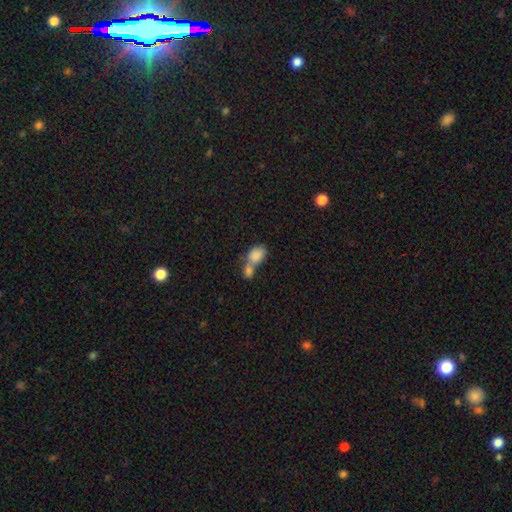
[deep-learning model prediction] A smooth galaxy with no disk features (83%) that is in between round and cigar-shaped (77%).

Vote fractions:
- Smooth or featured? smooth: 83% / featured or disk: 9% / star or artifact: 8%
- How rounded? in between: 77% / round: 21% / cigar-shaped: 2%
- Merging? merger: 69% / none: 19% / minor disturbance: 7% / major disturbance: 5%